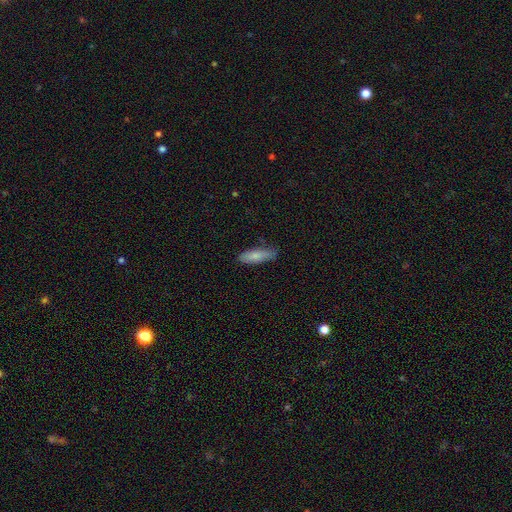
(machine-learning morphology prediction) A smooth galaxy with no disk features (79%) that is cigar-shaped (51%).

Vote fractions:
- Smooth or featured? smooth: 79% / featured or disk: 15% / star or artifact: 6%
- How rounded? cigar-shaped: 51% / in between: 47% / round: 2%
- Merging? none: 76% / minor disturbance: 20% / major disturbance: 3% / merger: 1%